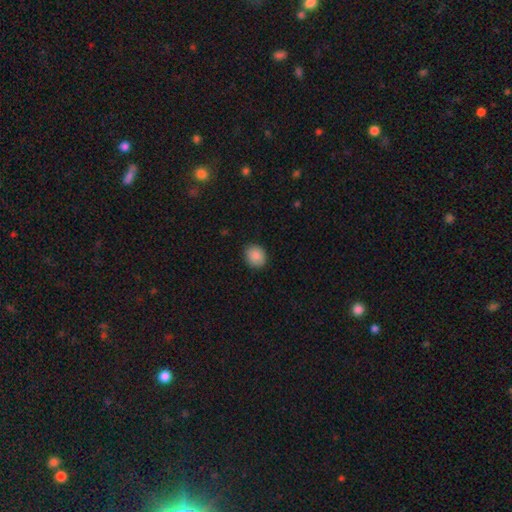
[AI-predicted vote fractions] Morphology: type=smooth (87%); roundness=round (68%); merging=none (89%).